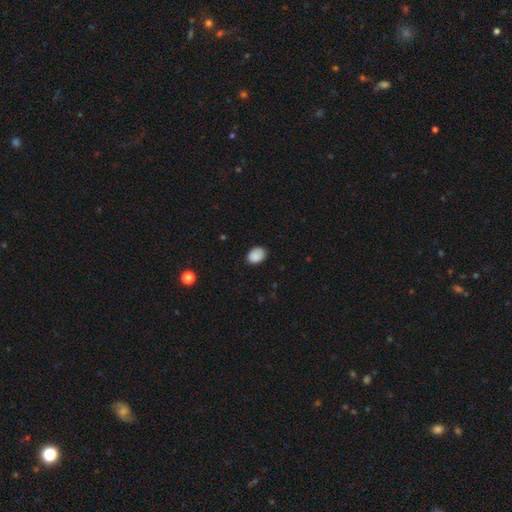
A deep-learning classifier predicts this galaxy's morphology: The model was most divided on "how rounded": in between: 77%, round: 22%, cigar-shaped: 1%. More confident: smooth or featured — smooth (88%); merging — none (82%).